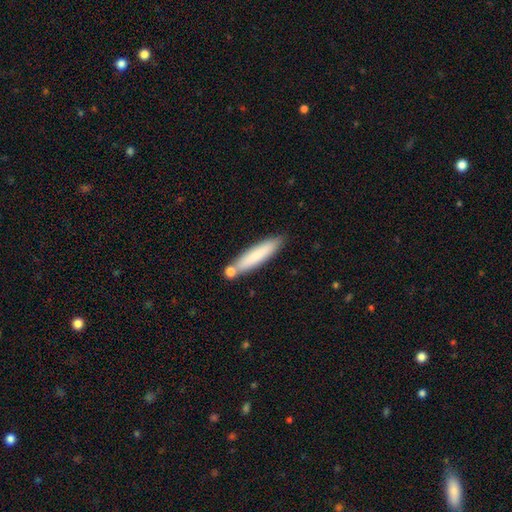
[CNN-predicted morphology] smooth_or_featured: smooth (p=0.78) [alt: featured or disk p=0.16]
how_rounded: cigar-shaped (p=0.85) [alt: in between p=0.13]
merging: none (p=0.74) [alt: minor disturbance p=0.13]